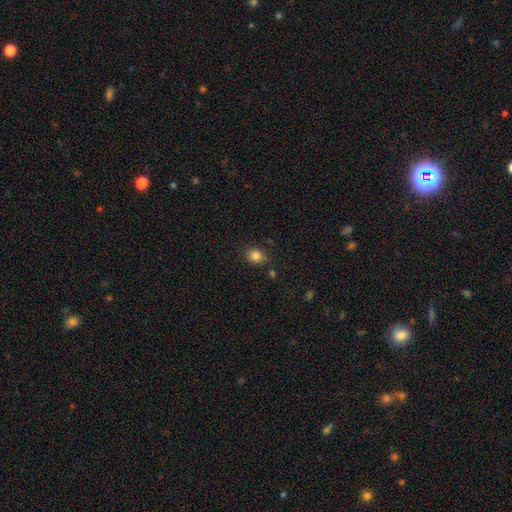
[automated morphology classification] Q: Smooth or featured?
A: smooth (84%); runner-up: star or artifact (11%)
Q: How rounded?
A: round (63%); runner-up: in between (36%)
Q: Merging?
A: none (84%); runner-up: minor disturbance (10%)